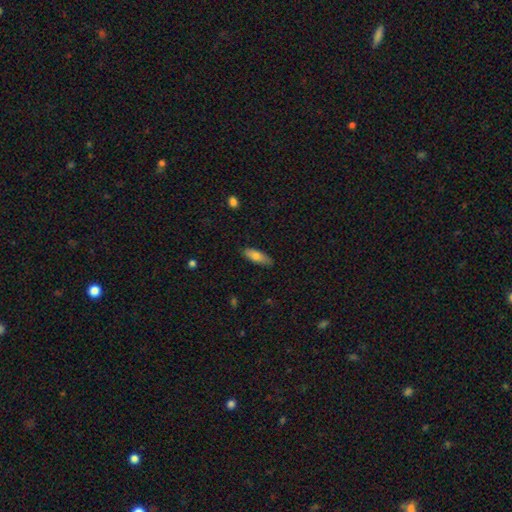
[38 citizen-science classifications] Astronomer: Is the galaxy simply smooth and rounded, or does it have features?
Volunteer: smooth — 84%.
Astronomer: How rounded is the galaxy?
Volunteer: cigar-shaped — 59% (runner-up: in between, 38%).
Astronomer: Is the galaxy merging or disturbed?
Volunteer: none — 92%.